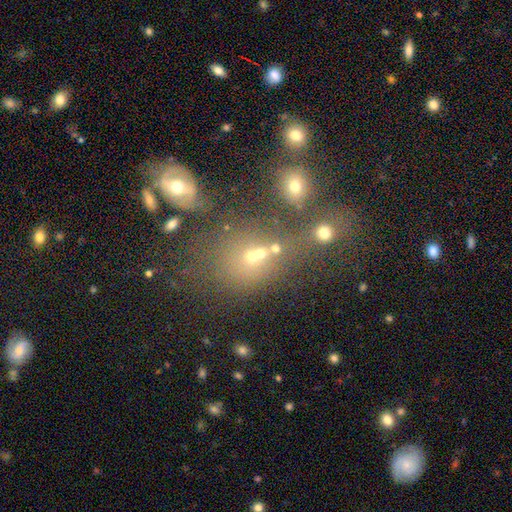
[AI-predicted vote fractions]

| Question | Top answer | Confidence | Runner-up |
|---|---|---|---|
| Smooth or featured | smooth | 49% | star or artifact (33%) |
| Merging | none | 44% | merger (31%) |